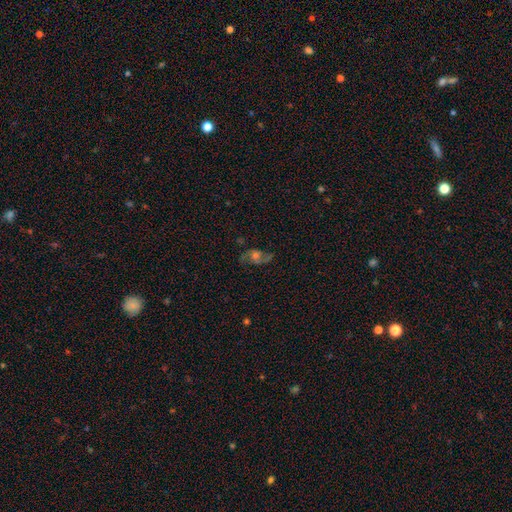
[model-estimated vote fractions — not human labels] This is likely a featured or disk galaxy (73%). It is clearly not viewed edge-on (95%). Bar: likely no (66%). Spiral arm pattern: clearly yes (93%). Spiral arm count: clearly 2 (88%). Spiral winding: possibly loose (46%). Central bulge: possibly moderate (54%). Merging: likely none (71%).